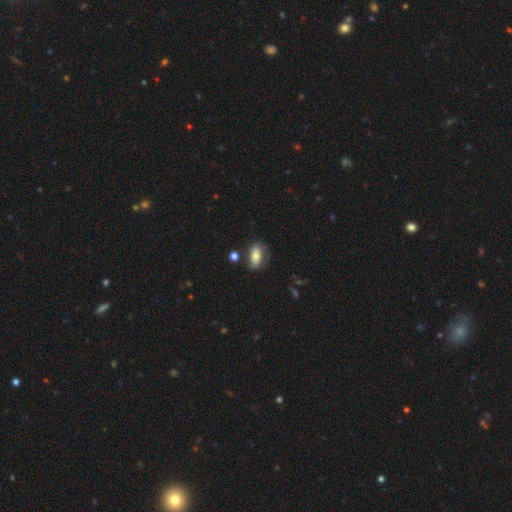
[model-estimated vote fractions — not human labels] Smooth or featured: smooth — 64% (featured or disk — 28%)
How rounded: in between — 87% (round — 7%)
Merging: none — 63% (minor disturbance — 22%)